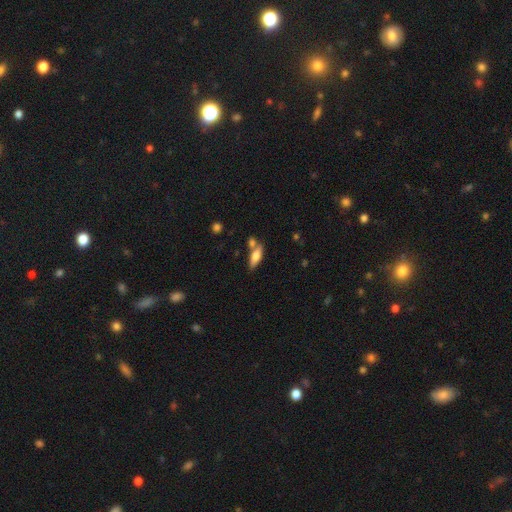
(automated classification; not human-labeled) smooth-or-featured: smooth: 71% | featured or disk: 22% | star or artifact: 7%
  how-rounded: in between: 61% | cigar-shaped: 37% | round: 3%
  merging: none: 61% | merger: 21% | minor disturbance: 14% | major disturbance: 4%